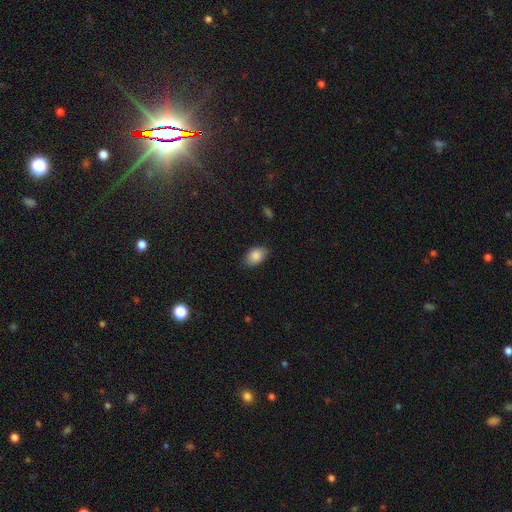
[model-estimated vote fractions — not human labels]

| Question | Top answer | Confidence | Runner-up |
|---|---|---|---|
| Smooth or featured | smooth | 87% | star or artifact (7%) |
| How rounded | in between | 86% | round (12%) |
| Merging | none | 79% | minor disturbance (17%) |